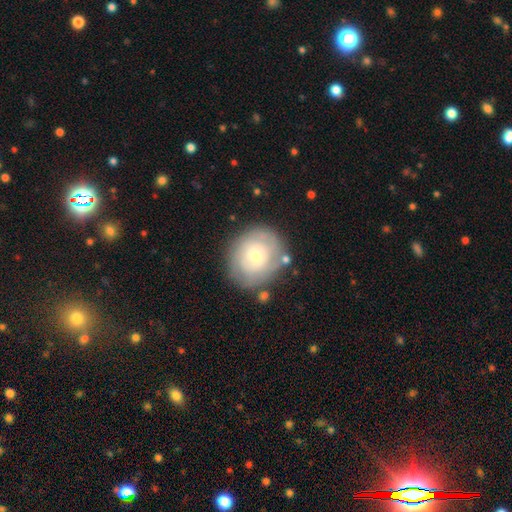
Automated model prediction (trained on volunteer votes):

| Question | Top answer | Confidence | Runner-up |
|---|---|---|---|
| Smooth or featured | smooth | 47% | featured or disk (46%) |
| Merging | none | 71% | minor disturbance (17%) |